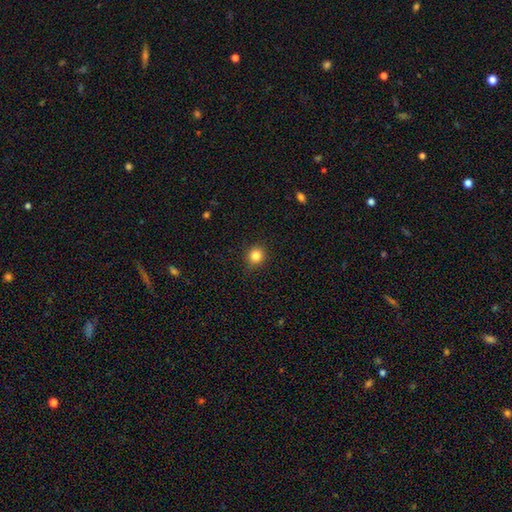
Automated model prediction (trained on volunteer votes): smooth-or-featured: smooth: 84% | star or artifact: 11% | featured or disk: 5%
  how-rounded: round: 89% | in between: 10% | cigar-shaped: 1%
  merging: none: 89% | minor disturbance: 8% | major disturbance: 2% | merger: 1%